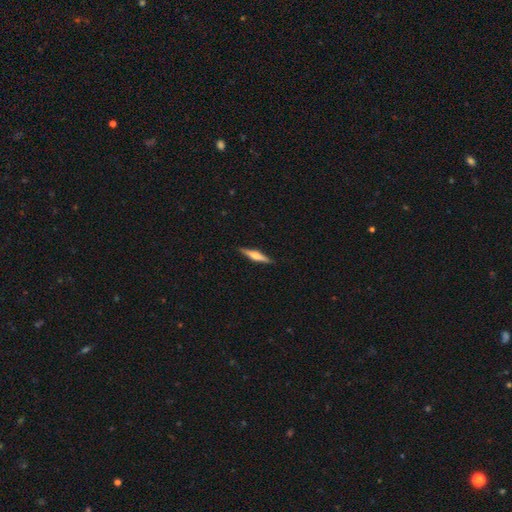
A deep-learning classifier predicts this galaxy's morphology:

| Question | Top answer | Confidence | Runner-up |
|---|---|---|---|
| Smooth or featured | featured or disk | 58% | smooth (36%) |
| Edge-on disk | yes | 97% | no (3%) |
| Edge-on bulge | rounded | 79% | boxy (14%) |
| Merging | none | 90% | minor disturbance (7%) |